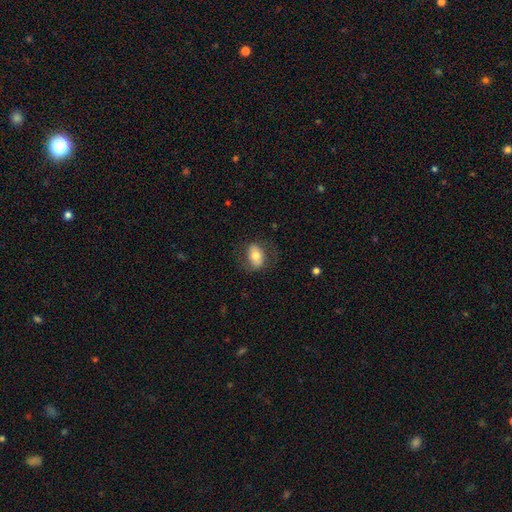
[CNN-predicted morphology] type=smooth (66%); roundness=in between (82%); merging=none (70%).